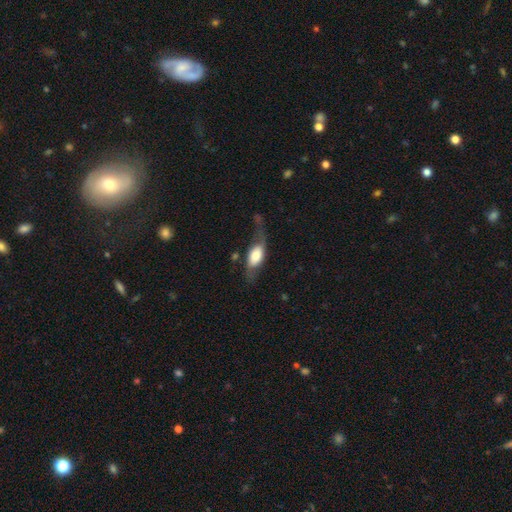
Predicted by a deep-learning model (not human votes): Smooth or featured? smooth (50%)
How rounded? in between (81%)
Merging? none (42%)